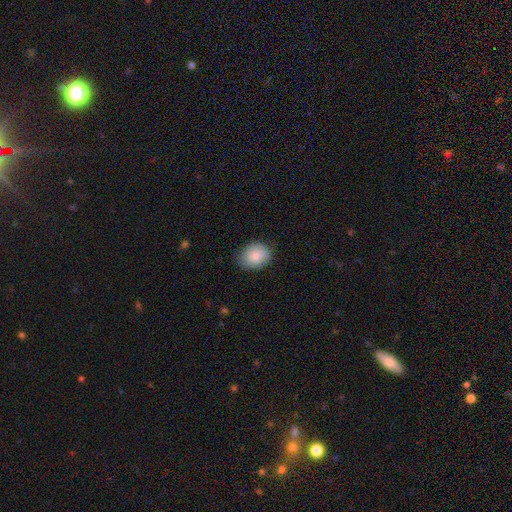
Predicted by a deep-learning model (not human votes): Smooth or featured? Predicted: smooth (p=0.87). How rounded? Predicted: in between (p=0.56). Merging? Predicted: none (p=0.75).